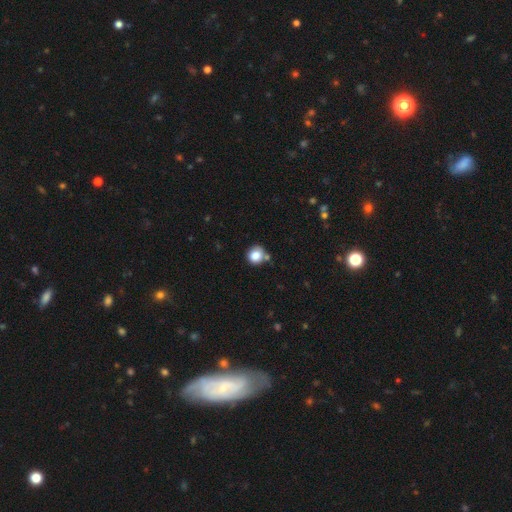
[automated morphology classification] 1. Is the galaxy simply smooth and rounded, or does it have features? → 83% smooth, 10% star or artifact, 7% featured or disk.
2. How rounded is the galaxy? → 87% round, 12% in between, 1% cigar-shaped.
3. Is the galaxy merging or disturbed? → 69% none, 16% minor disturbance, 11% merger, 4% major disturbance.